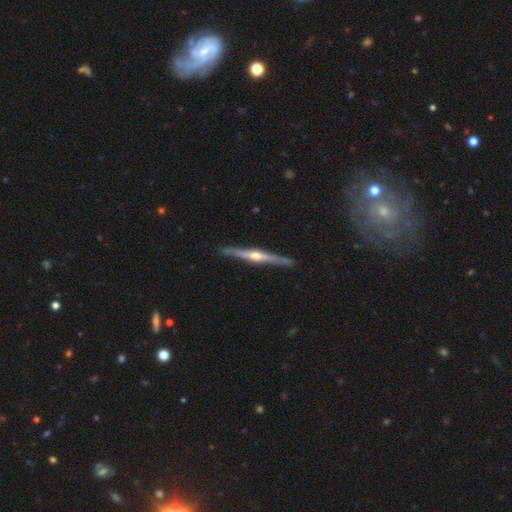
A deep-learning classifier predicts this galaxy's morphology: This appears to be a featured or disk galaxy (77%) viewed edge-on (98%) with a rounded central bulge (85%). Merging: none (88%).